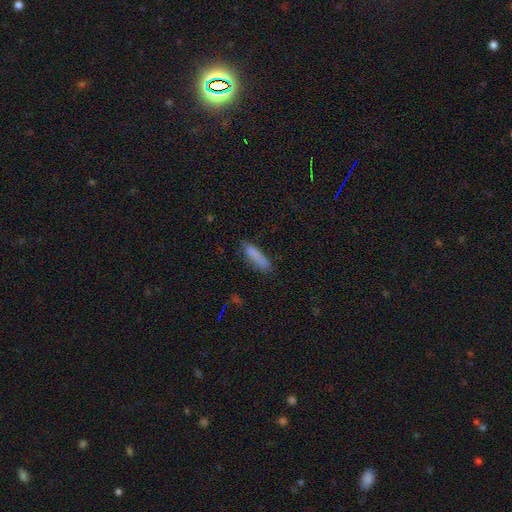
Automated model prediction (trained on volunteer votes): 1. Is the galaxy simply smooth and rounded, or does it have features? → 82% smooth, 10% featured or disk, 8% star or artifact.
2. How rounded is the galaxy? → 73% cigar-shaped, 26% in between, 2% round.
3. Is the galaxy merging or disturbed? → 71% none, 21% minor disturbance, 5% major disturbance, 3% merger.